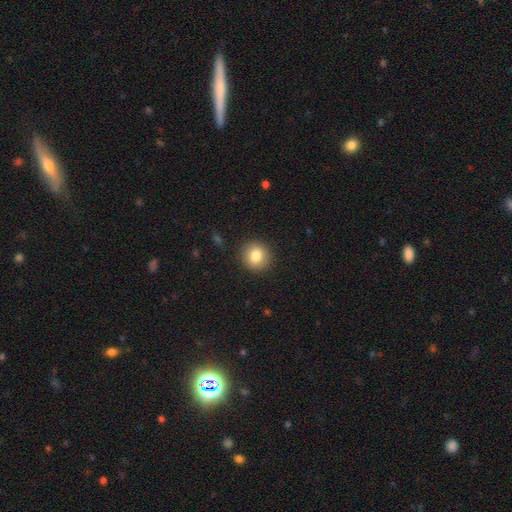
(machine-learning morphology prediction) A smooth galaxy with no disk features (83%) that is round (88%). Merging: none (90%).